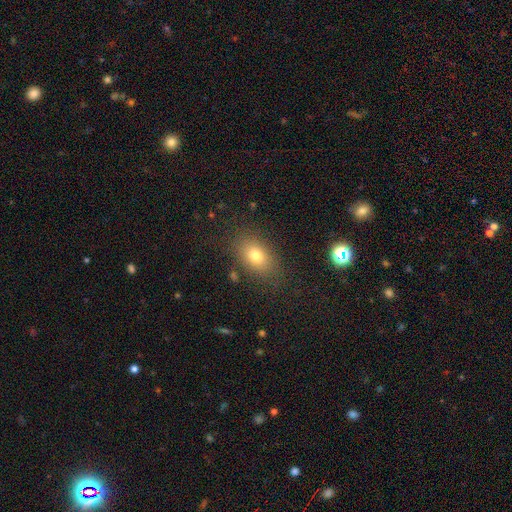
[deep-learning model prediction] Smooth or featured? Predicted: smooth (p=0.76). How rounded? Predicted: in between (p=0.82). Merging? Predicted: none (p=0.81).